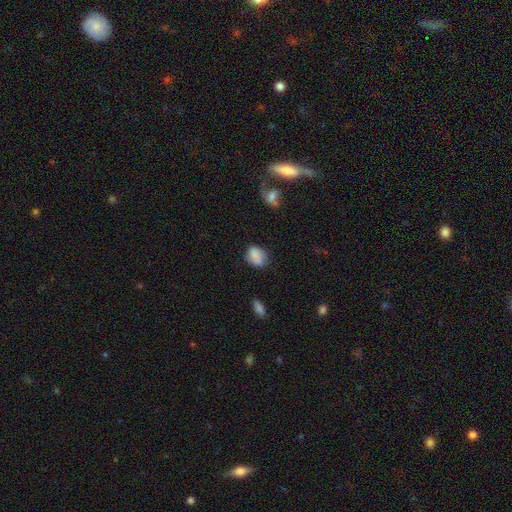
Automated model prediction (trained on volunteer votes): This appears to be a smooth galaxy with no disk features (80%) that is in between round and cigar-shaped (65%). Merging: none (64%).